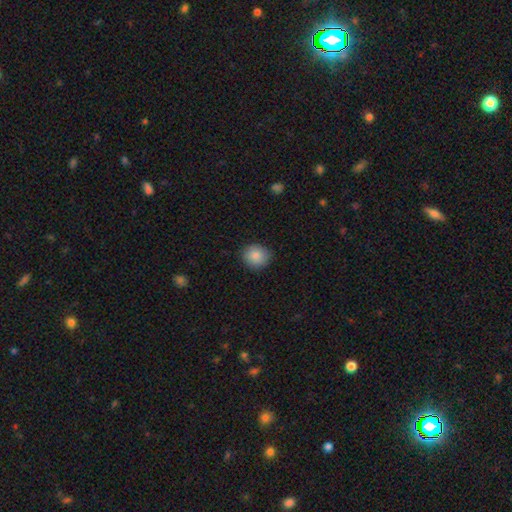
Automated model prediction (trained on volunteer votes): smooth-or-featured: smooth: 86% | star or artifact: 8% | featured or disk: 5%
  how-rounded: round: 81% | in between: 18% | cigar-shaped: 1%
  merging: none: 87% | minor disturbance: 10% | major disturbance: 2% | merger: 1%